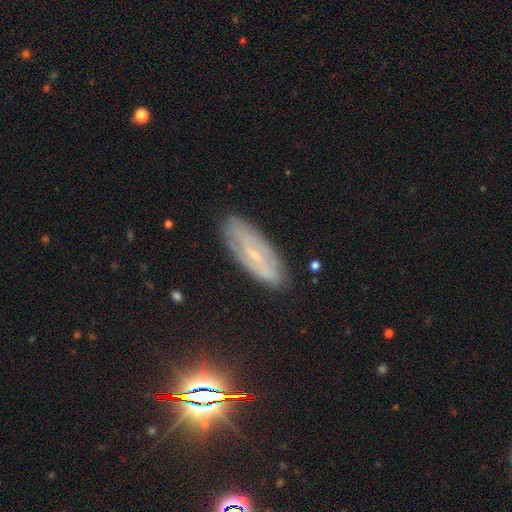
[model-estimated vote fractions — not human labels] Morphology: type=featured or disk (64%); edge-on=no (81%); bar=weak (45%); spiral arms=yes (72%); bulge=small (77%); merging=none (82%).